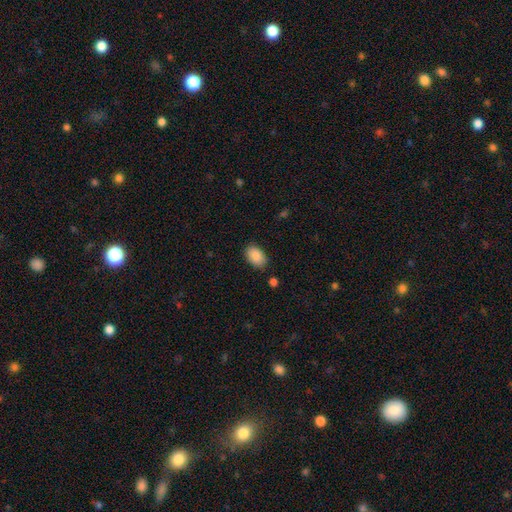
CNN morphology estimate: smooth 88%, star or artifact 7%, featured or disk 5%. Down the decision tree: how rounded — in between (89%); merging — none (85%).